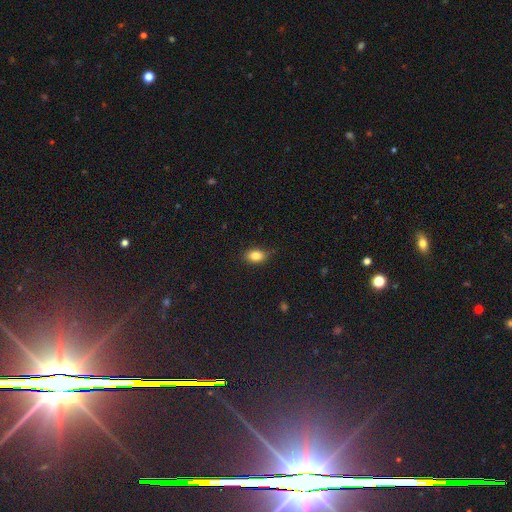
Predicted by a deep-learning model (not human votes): The model was most divided on "merging": none: 78%, minor disturbance: 18%, major disturbance: 3%, merger: 1%. More confident: smooth or featured — smooth (84%); how rounded — in between (81%).